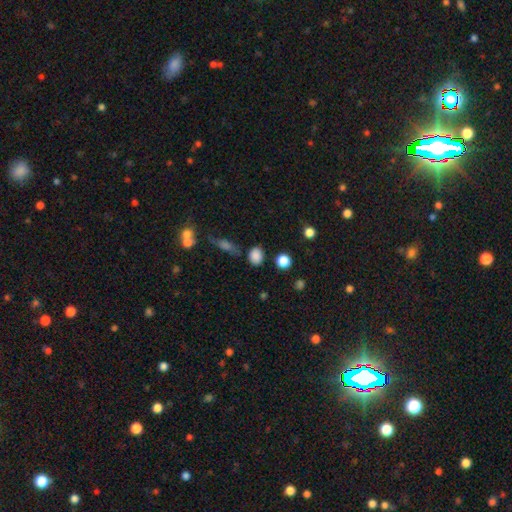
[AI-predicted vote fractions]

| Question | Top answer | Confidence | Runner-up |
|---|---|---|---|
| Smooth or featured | smooth | 83% | star or artifact (12%) |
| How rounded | round | 56% | in between (42%) |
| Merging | none | 78% | minor disturbance (13%) |